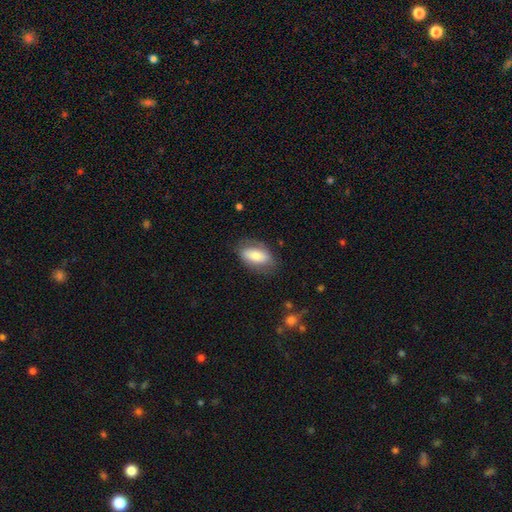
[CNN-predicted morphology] Overall: smooth (70%). How rounded: in between (91%). Merging: none (72%).